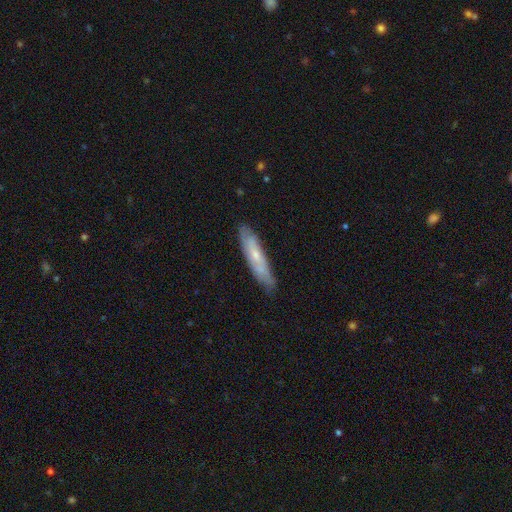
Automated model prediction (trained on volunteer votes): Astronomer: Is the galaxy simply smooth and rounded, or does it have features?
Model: featured or disk — 52% (runner-up: smooth, 41%).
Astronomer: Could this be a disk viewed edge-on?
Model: no — 52% (runner-up: yes, 48%).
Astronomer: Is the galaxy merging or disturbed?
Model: none — 77%.